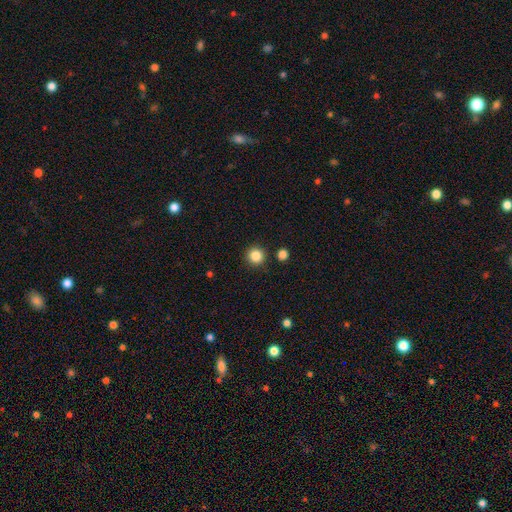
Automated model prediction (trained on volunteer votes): This is clearly a smooth galaxy (85%). How rounded: clearly round (95%). Merging: clearly none (89%).